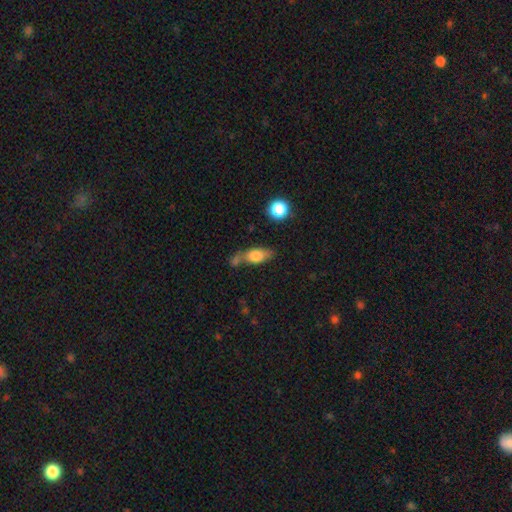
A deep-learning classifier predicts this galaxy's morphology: type=smooth (70%); roundness=in between (72%); merging=none (48%).